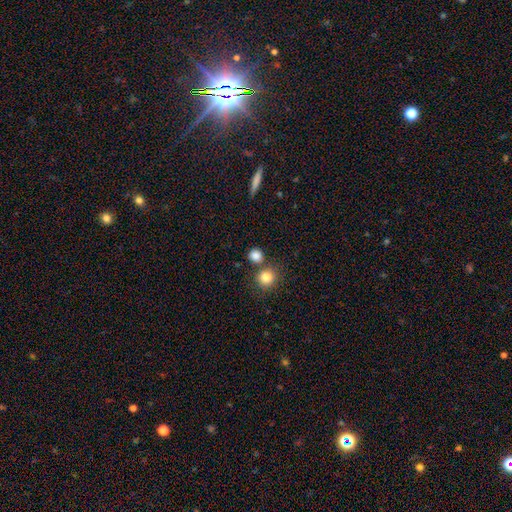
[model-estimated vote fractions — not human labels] The model was most divided on "merging": none: 73%, merger: 16%, minor disturbance: 8%, major disturbance: 3%. More confident: how rounded — round (88%); smooth or featured — smooth (84%).